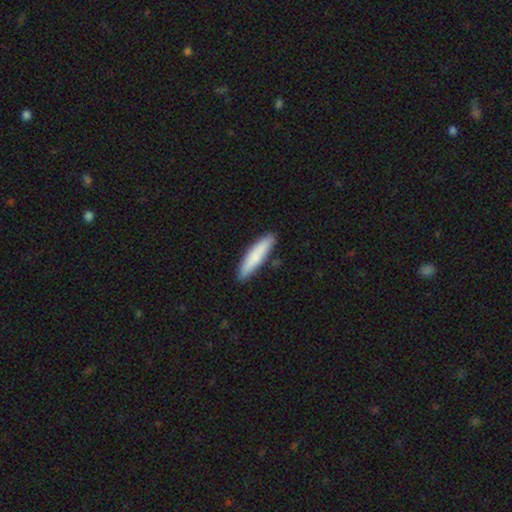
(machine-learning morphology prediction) type=smooth (79%); roundness=cigar-shaped (81%); merging=none (87%).